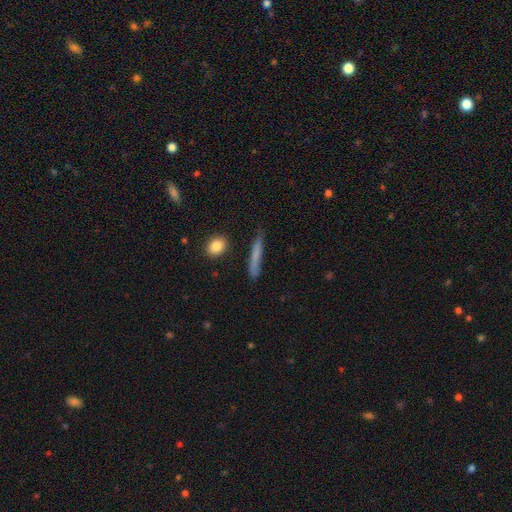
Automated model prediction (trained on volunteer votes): smooth-or-featured: smooth: 69% | featured or disk: 23% | star or artifact: 8%
  how-rounded: cigar-shaped: 93% | in between: 5% | round: 2%
  merging: none: 81% | minor disturbance: 14% | major disturbance: 3% | merger: 2%